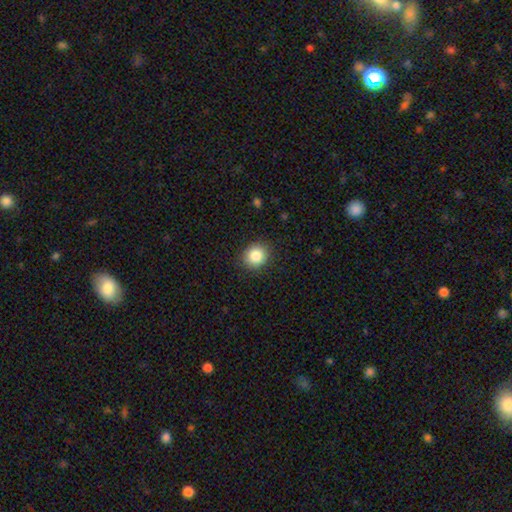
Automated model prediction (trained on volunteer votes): smooth_or_featured: smooth (p=0.85) [alt: star or artifact p=0.10]
how_rounded: round (p=0.80) [alt: in between p=0.19]
merging: none (p=0.89) [alt: minor disturbance p=0.08]